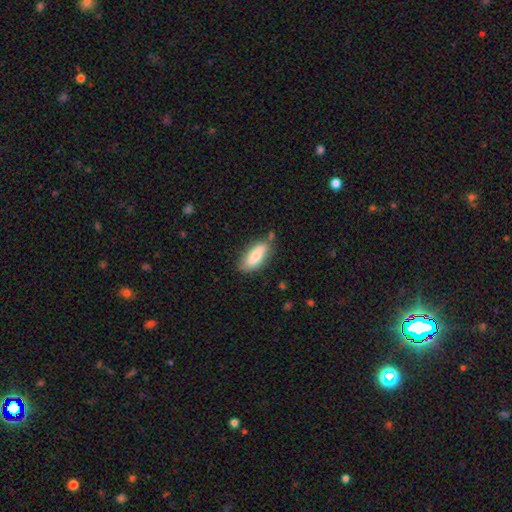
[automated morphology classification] Smooth or featured? Predicted: smooth (p=0.79). How rounded? Predicted: in between (p=0.74). Merging? Predicted: none (p=0.73).